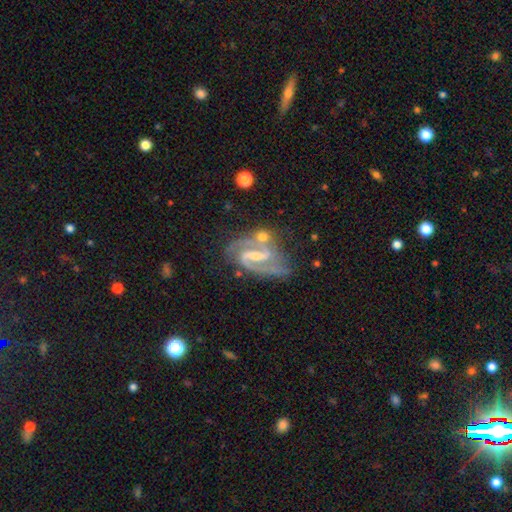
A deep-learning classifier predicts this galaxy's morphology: Q: Smooth or featured?
A: featured or disk (91%); runner-up: star or artifact (5%)
Q: Edge-on disk?
A: no (97%); runner-up: yes (3%)
Q: Bar?
A: strong (49%); runner-up: weak (39%)
Q: Spiral arms?
A: yes (98%); runner-up: no (2%)
Q: Spiral winding?
A: medium (59%); runner-up: tight (27%)
Q: Spiral arm count?
A: 2 (91%); runner-up: 3 (3%)
Q: Bulge size?
A: small (55%); runner-up: moderate (27%)
Q: Merging?
A: none (59%); runner-up: minor disturbance (19%)